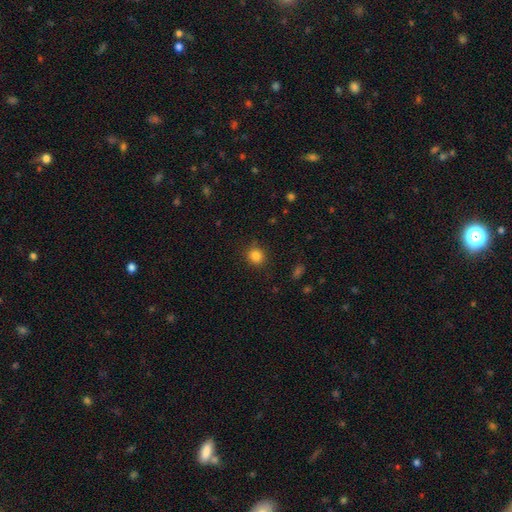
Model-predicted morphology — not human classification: Overall: smooth (84%). How rounded: round (86%). Merging: none (86%).